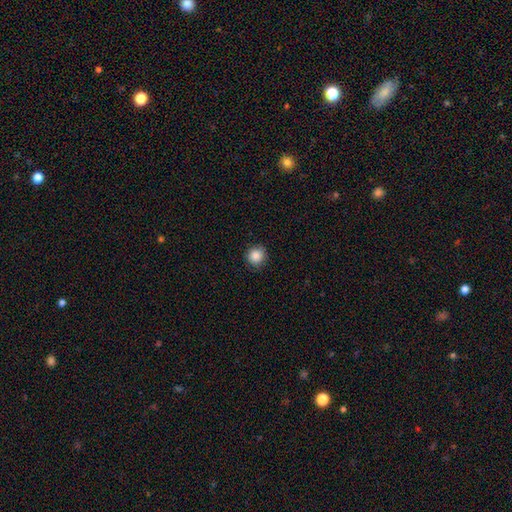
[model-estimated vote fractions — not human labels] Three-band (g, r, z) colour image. It shows a smooth galaxy with no disk features (87%) that is round (92%). Merging: none (88%).